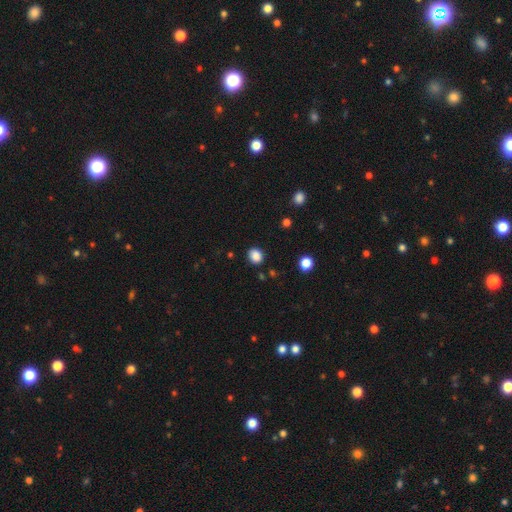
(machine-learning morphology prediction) The model was most divided on "how rounded": round: 63%, in between: 36%, cigar-shaped: 1%. More confident: merging — none (87%); smooth or featured — smooth (86%).